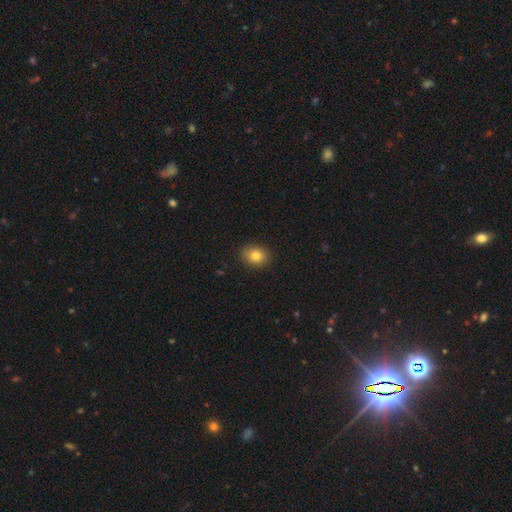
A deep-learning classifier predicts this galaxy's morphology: type=smooth (81%); roundness=round (54%); merging=none (89%).